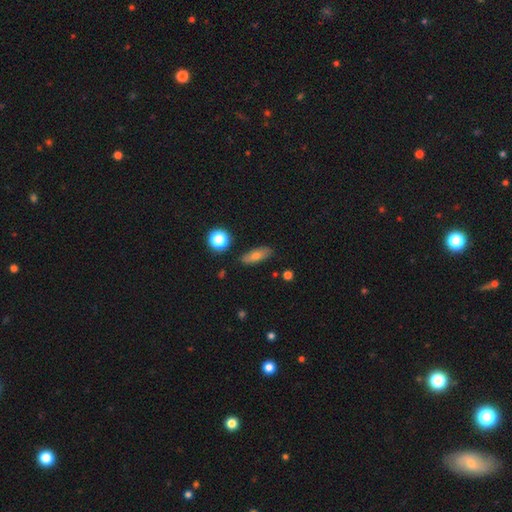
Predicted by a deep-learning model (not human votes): Smooth or featured?
  - smooth: 72% *
  - featured or disk: 19%
  - star or artifact: 10%
How rounded?
  - in between: 66% *
  - cigar-shaped: 27%
  - round: 6%
Merging?
  - none: 85% *
  - minor disturbance: 10%
  - major disturbance: 2%
  - merger: 2%